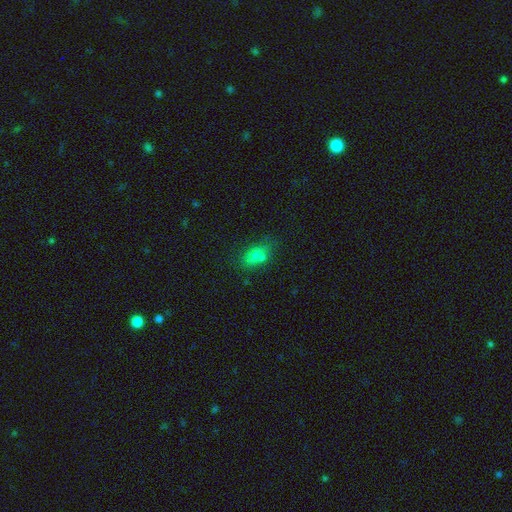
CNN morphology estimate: smooth_or_featured: smooth (p=0.63) [alt: star or artifact p=0.19]
how_rounded: in between (p=0.80) [alt: round p=0.14]
merging: none (p=0.49) [alt: minor disturbance p=0.21]